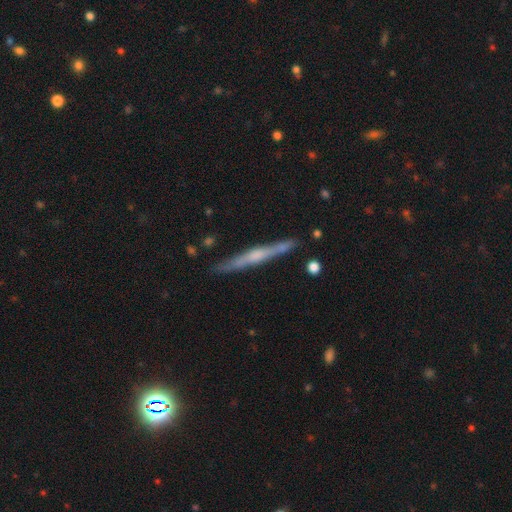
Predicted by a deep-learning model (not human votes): Smooth or featured?
  - featured or disk: 64% *
  - smooth: 30%
  - star or artifact: 6%
Edge-on disk?
  - yes: 97% *
  - no: 3%
Edge-on bulge?
  - rounded: 54% *
  - none: 27%
  - boxy: 18%
Merging?
  - none: 86% *
  - minor disturbance: 10%
  - merger: 2%
  - major disturbance: 2%